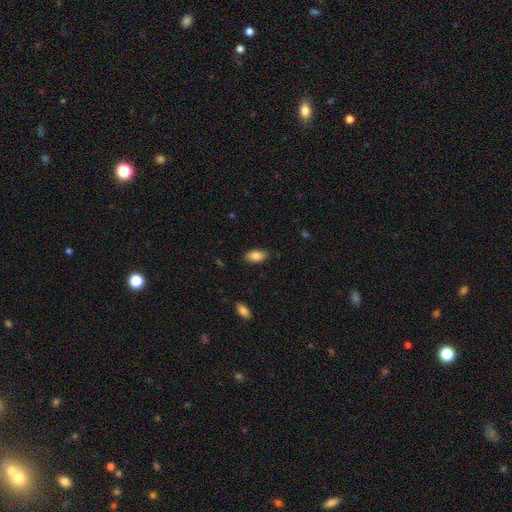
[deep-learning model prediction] This appears to be a smooth galaxy with no disk features (86%) that is in between round and cigar-shaped (92%). Merging: none (86%).